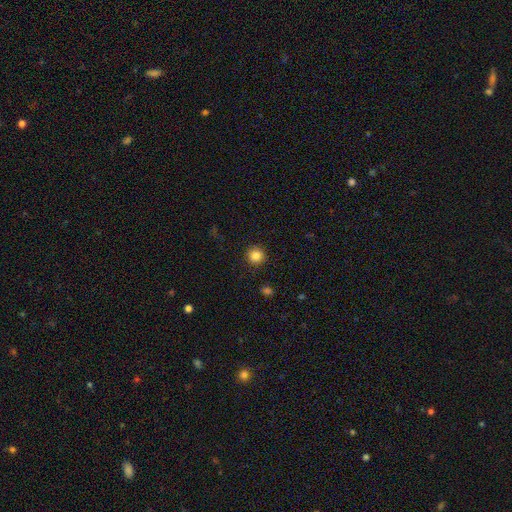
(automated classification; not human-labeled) Morphology: type=smooth (85%); roundness=round (95%); merging=none (92%).